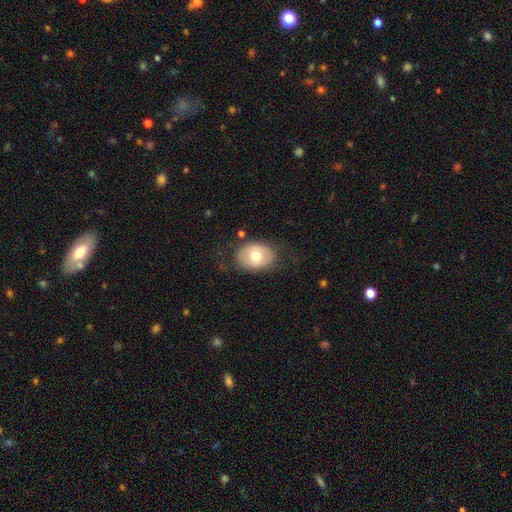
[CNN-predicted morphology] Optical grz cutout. It shows a smooth galaxy with no disk features (63%) that is in between round and cigar-shaped (69%). Merging: none (76%).